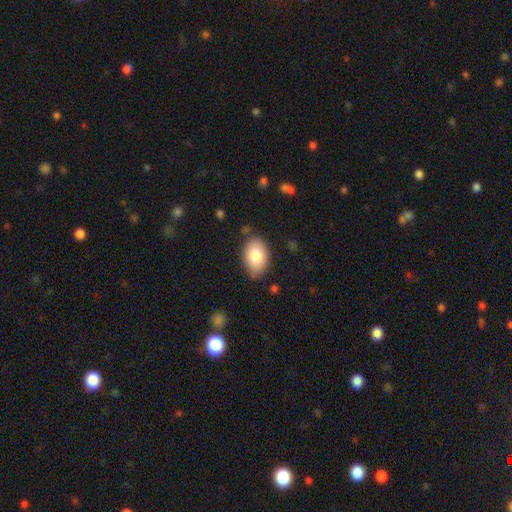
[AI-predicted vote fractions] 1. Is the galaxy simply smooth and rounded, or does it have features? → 83% smooth, 11% featured or disk, 7% star or artifact.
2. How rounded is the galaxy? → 90% in between, 9% round, 1% cigar-shaped.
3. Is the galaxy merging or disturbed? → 77% none, 17% minor disturbance, 3% major disturbance, 2% merger.